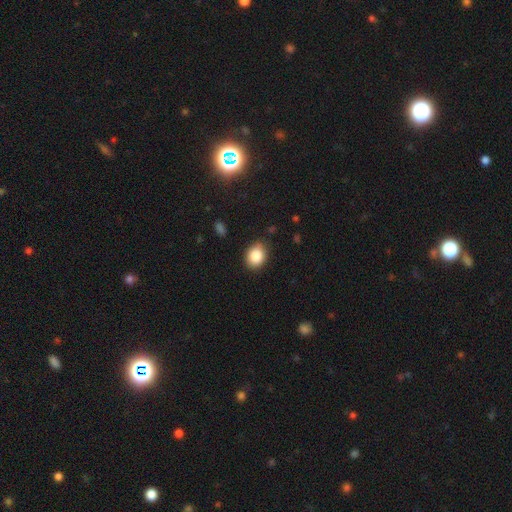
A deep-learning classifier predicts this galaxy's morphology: Smooth or featured? smooth (87%)
How rounded? in between (56%)
Merging? none (81%)